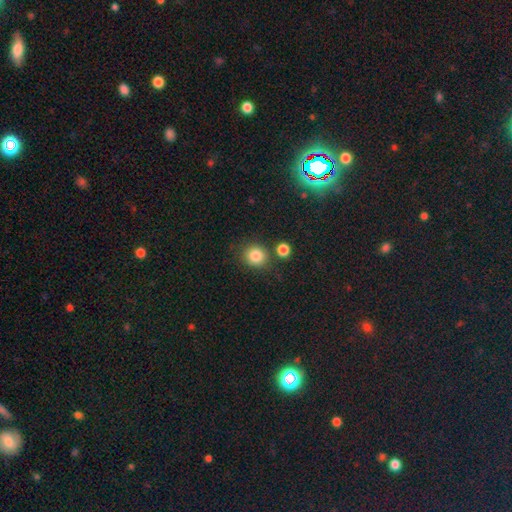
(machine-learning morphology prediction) smooth 84%, star or artifact 11%, featured or disk 5%. Down the decision tree: how rounded — round (85%); merging — none (79%).